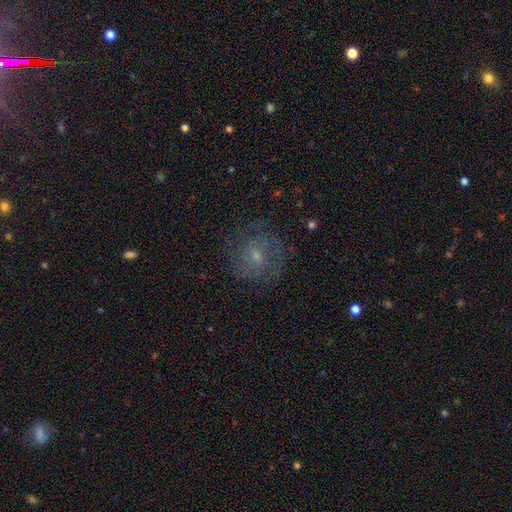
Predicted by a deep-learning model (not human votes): Smooth or featured?
  - featured or disk: 58% *
  - smooth: 28%
  - star or artifact: 14%
Edge-on disk?
  - no: 97% *
  - yes: 3%
Bar?
  - no: 53% *
  - weak: 40%
  - strong: 7%
Spiral arms?
  - yes: 75% *
  - no: 25%
Bulge size?
  - small: 54% *
  - moderate: 36%
  - none: 6%
  - large: 2%
  - dominant: 1%
Merging?
  - none: 72% *
  - minor disturbance: 15%
  - major disturbance: 11%
  - merger: 1%